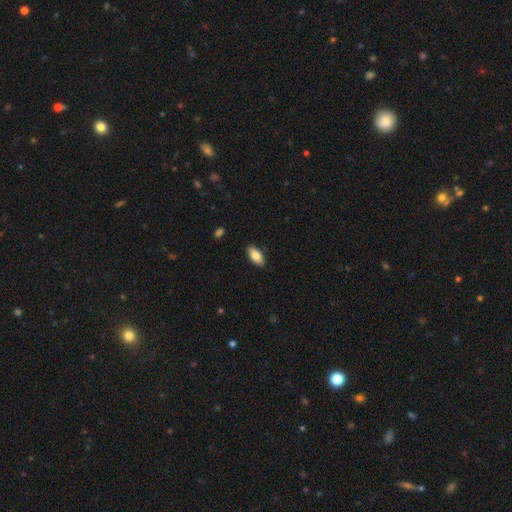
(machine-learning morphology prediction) Smooth or featured: smooth — 81% (featured or disk — 12%)
How rounded: in between — 91% (cigar-shaped — 6%)
Merging: none — 88% (minor disturbance — 9%)